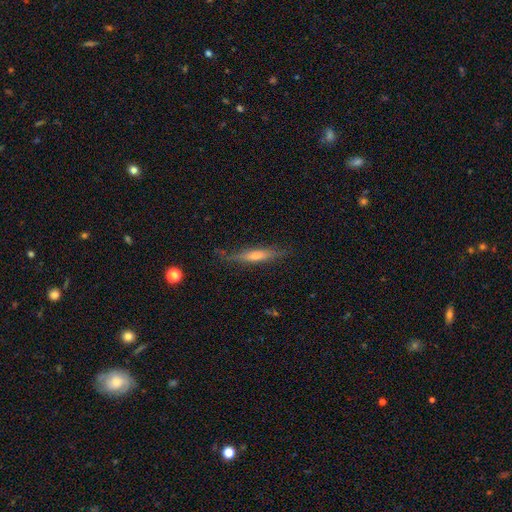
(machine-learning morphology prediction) featured or disk 53%, smooth 40%, star or artifact 7%. Down the decision tree: edge-on disk — yes (89%); merging — none (76%).